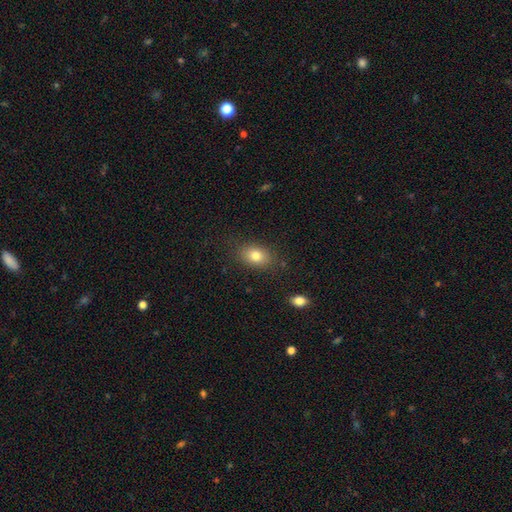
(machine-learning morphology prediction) type=smooth (80%); roundness=in between (77%); merging=none (83%).